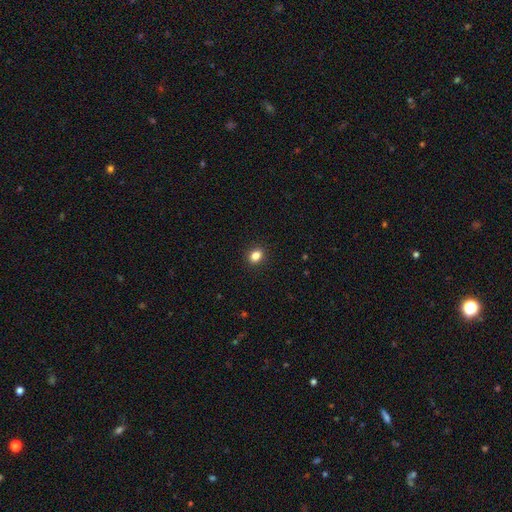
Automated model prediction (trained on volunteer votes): A smooth galaxy with no disk features (84%) that is in between round and cigar-shaped (51%).

Vote fractions:
- Smooth or featured? smooth: 84% / star or artifact: 11% / featured or disk: 5%
- How rounded? in between: 51% / round: 47% / cigar-shaped: 1%
- Merging? none: 91% / minor disturbance: 6% / major disturbance: 2% / merger: 1%